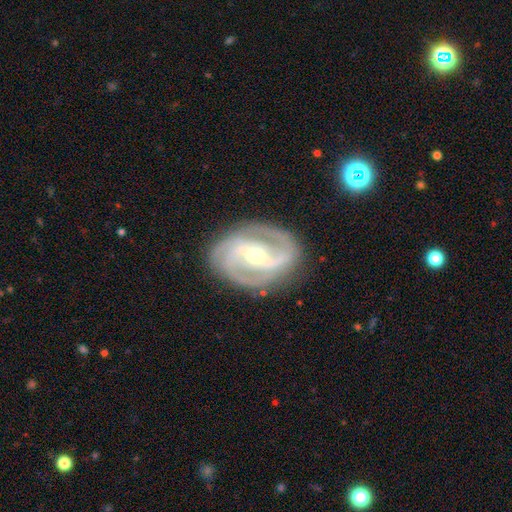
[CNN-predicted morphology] featured or disk 89%, smooth 6%, star or artifact 5%. Down the decision tree: edge-on disk — no (96%); bar — strong (47%); spiral arms — yes (96%); spiral arm count — 2 (57%); spiral winding — medium (44%, tied with tight); bulge size — moderate (63%); merging — none (80%).